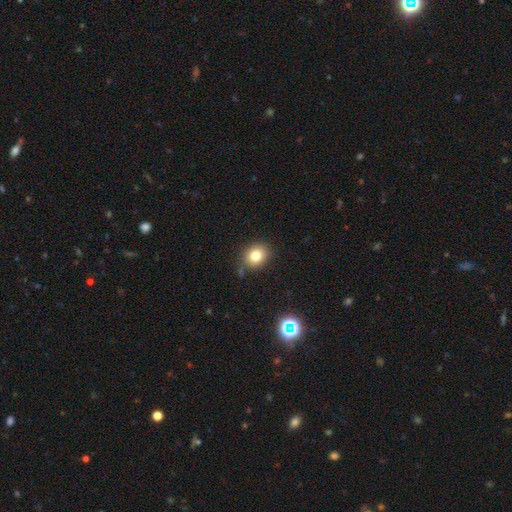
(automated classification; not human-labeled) Smooth or featured: smooth — 80% (star or artifact — 12%)
How rounded: round — 63% (in between — 36%)
Merging: none — 83% (minor disturbance — 11%)